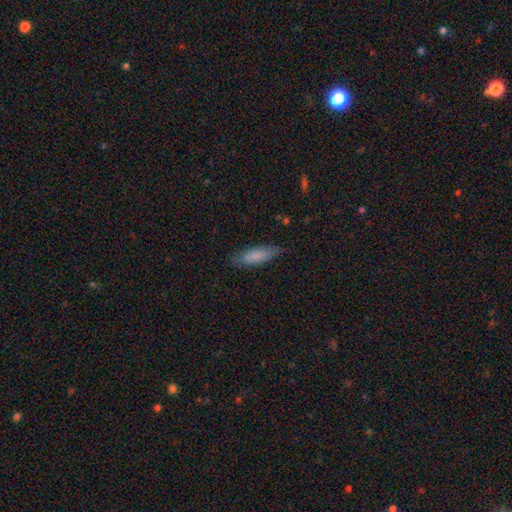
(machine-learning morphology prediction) A smooth galaxy with no disk features (81%) that is cigar-shaped (52%). Merging: none (81%).